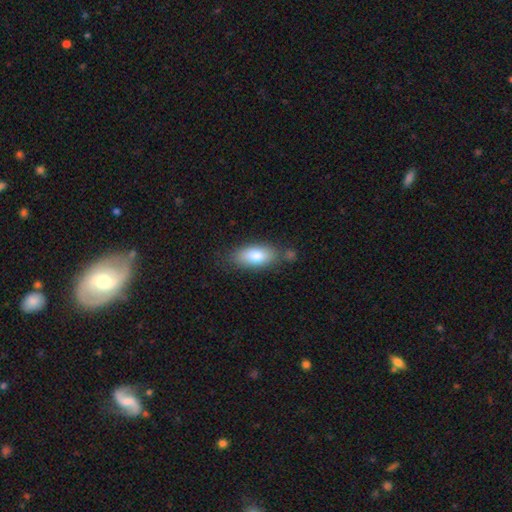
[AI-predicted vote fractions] The model was most divided on "merging": none: 71%, minor disturbance: 17%, merger: 8%, major disturbance: 4%. More confident: how rounded — in between (87%); smooth or featured — smooth (80%).